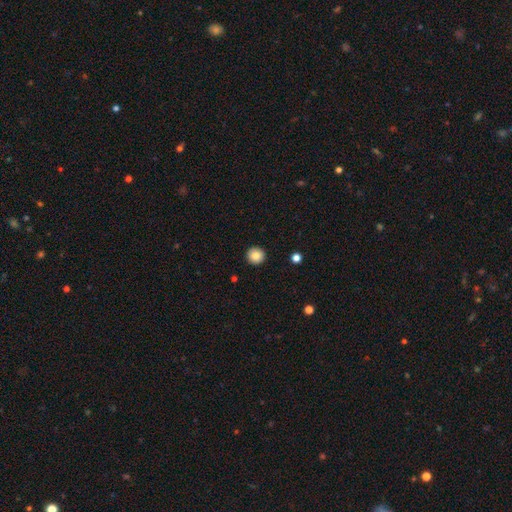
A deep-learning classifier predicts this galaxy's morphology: The model was most divided on "smooth or featured": smooth: 85%, star or artifact: 9%, featured or disk: 6%. More confident: how rounded — round (95%); merging — none (93%).